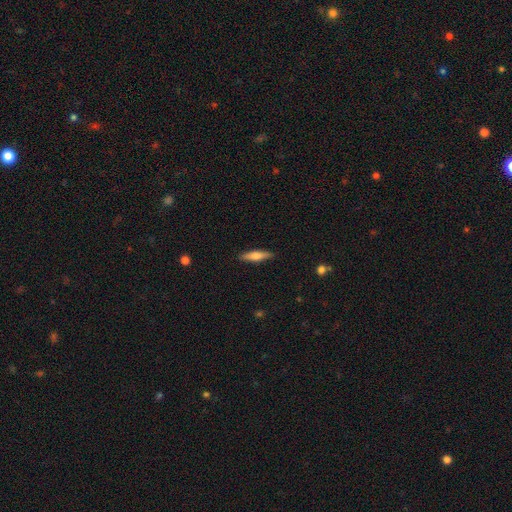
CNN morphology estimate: The model was most divided on "smooth or featured": smooth: 60%, featured or disk: 34%, star or artifact: 6%. More confident: merging — none (89%); how rounded — cigar-shaped (76%).